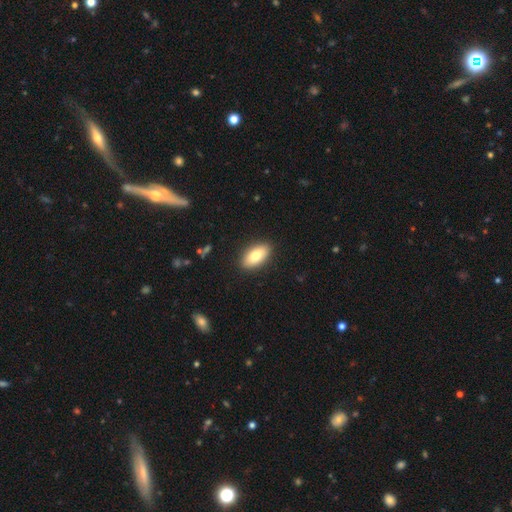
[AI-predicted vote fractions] Smooth or featured: smooth — 78% (featured or disk — 15%)
How rounded: in between — 90% (cigar-shaped — 6%)
Merging: none — 89% (minor disturbance — 8%)